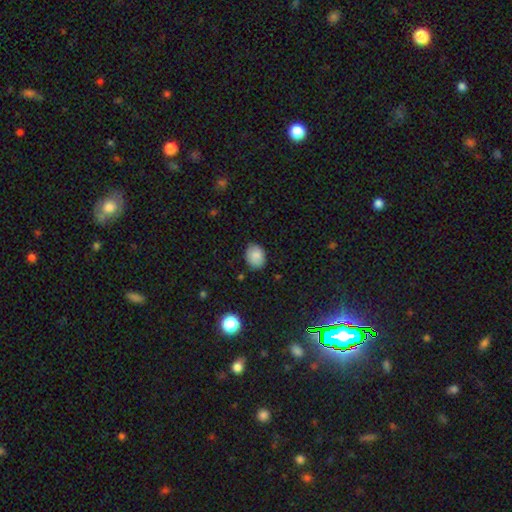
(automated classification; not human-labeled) A smooth galaxy with no disk features (85%) that is in between round and cigar-shaped (57%). Merging: none (81%).